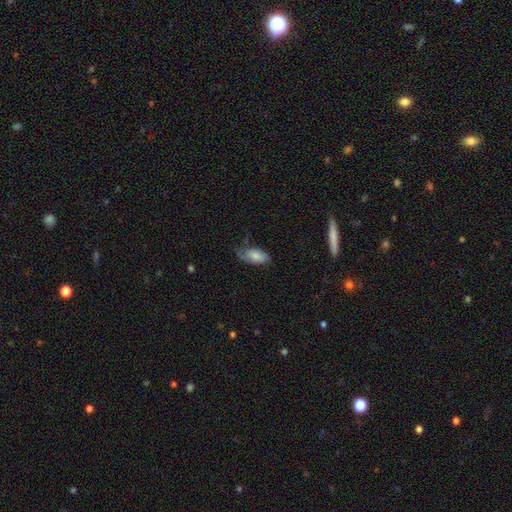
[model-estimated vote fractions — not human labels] Q: Smooth or featured?
A: smooth (69%); runner-up: featured or disk (24%)
Q: How rounded?
A: in between (91%); runner-up: cigar-shaped (6%)
Q: Merging?
A: none (53%); runner-up: minor disturbance (33%)